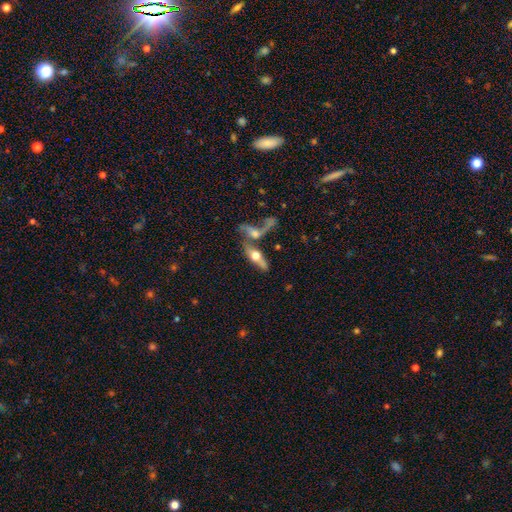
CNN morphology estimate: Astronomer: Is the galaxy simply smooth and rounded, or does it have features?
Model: featured or disk — 55% (runner-up: smooth, 37%).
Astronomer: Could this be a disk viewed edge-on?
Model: yes — 68%.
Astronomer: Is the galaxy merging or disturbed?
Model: merger — 51% (runner-up: none, 30%).